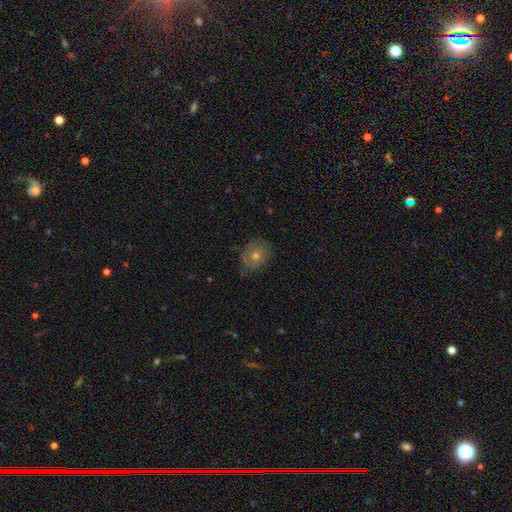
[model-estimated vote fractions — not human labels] Smooth or featured? smooth (58%)
How rounded? round (72%)
Merging? none (77%)